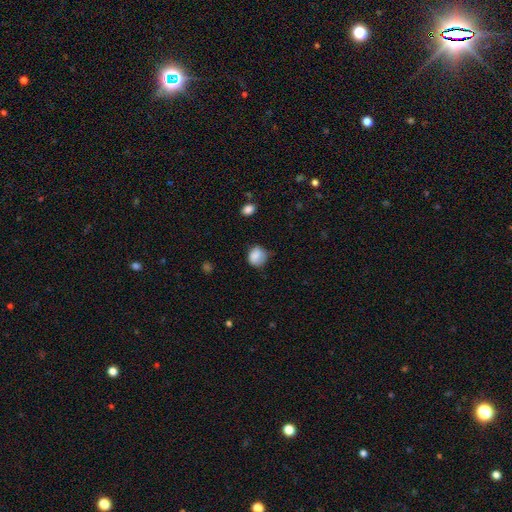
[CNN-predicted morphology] Q: Smooth or featured?
A: smooth (83%); runner-up: star or artifact (9%)
Q: How rounded?
A: round (73%); runner-up: in between (26%)
Q: Merging?
A: none (60%); runner-up: minor disturbance (30%)